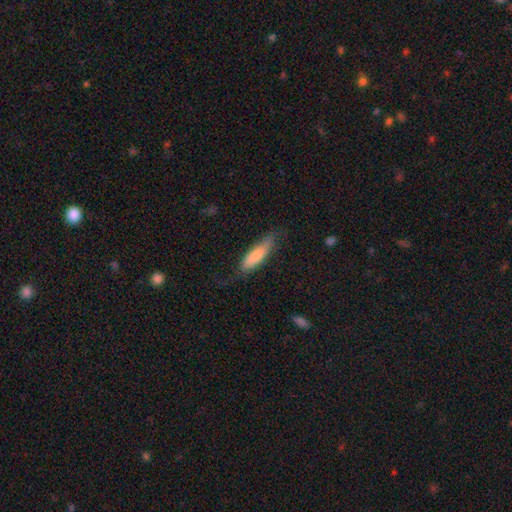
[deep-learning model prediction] smooth-or-featured: smooth: 74% | featured or disk: 20% | star or artifact: 6%
  how-rounded: cigar-shaped: 64% | in between: 34% | round: 2%
  merging: none: 67% | minor disturbance: 23% | major disturbance: 9% | merger: 2%